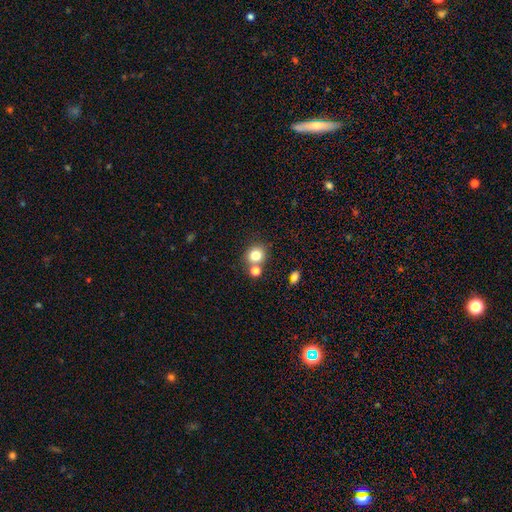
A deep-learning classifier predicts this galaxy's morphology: Smooth or featured?
  - smooth: 79% *
  - star or artifact: 12%
  - featured or disk: 8%
How rounded?
  - round: 77% *
  - in between: 22%
  - cigar-shaped: 1%
Merging?
  - none: 63% *
  - merger: 25%
  - minor disturbance: 9%
  - major disturbance: 3%